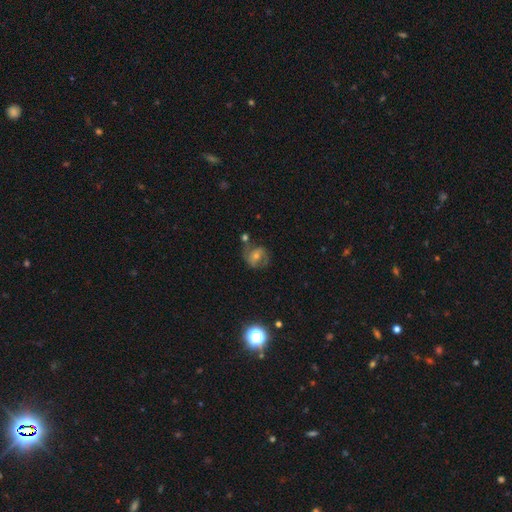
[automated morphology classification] A featured or disk galaxy (61%) with no bar (45%), 2 (72%) medium (49%) spiral arms (86%) and a moderate central bulge (49%). Merging: none (63%).